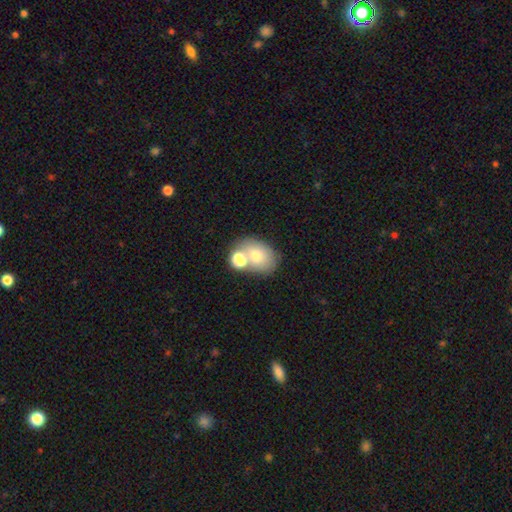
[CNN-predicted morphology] smooth 72%, featured or disk 17%, star or artifact 11%. Down the decision tree: how rounded — in between (66%); merging — none (47%).